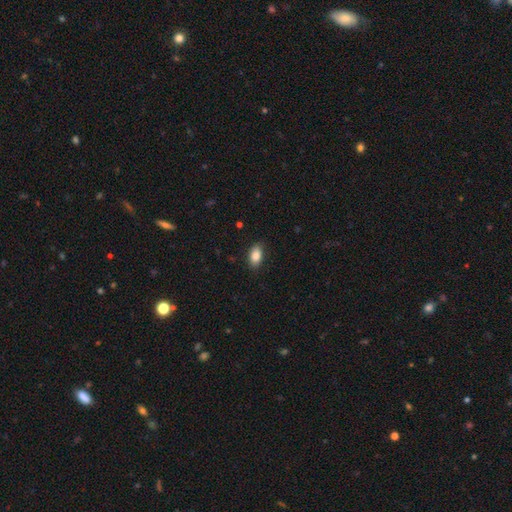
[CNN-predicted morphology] This appears to be a smooth galaxy with no disk features (86%) that is in between round and cigar-shaped (91%). Merging: none (86%).